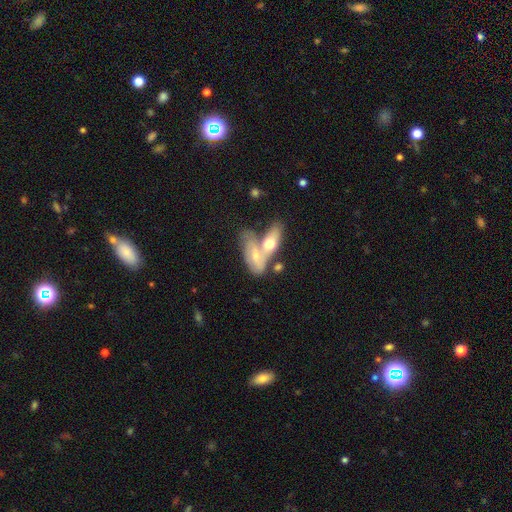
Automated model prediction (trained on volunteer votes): smooth 51%, featured or disk 42%, star or artifact 6%. Down the decision tree: how rounded — in between (77%); merging — merger (60%).